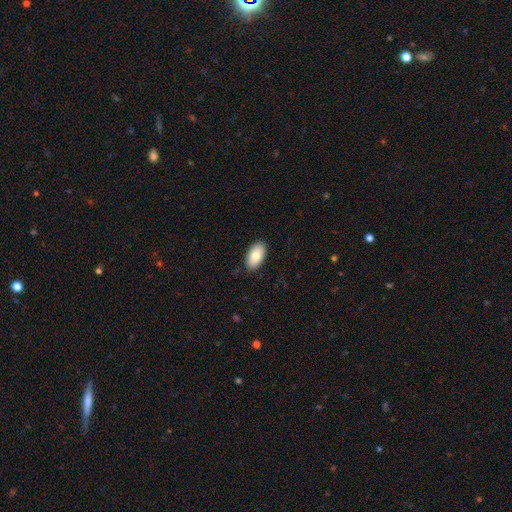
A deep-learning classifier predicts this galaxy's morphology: smooth_or_featured: smooth (p=0.82) [alt: featured or disk p=0.11]
how_rounded: in between (p=0.95) [alt: round p=0.03]
merging: none (p=0.88) [alt: minor disturbance p=0.09]